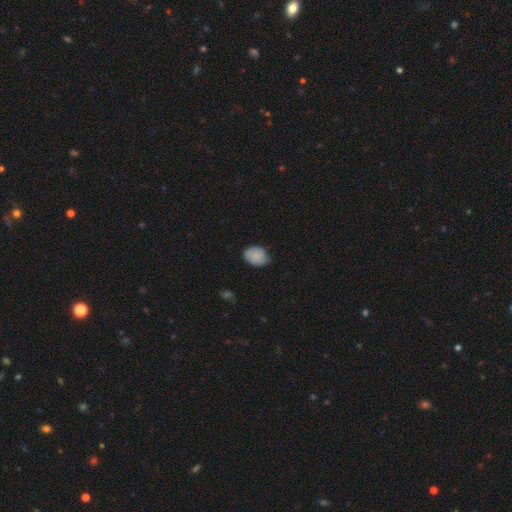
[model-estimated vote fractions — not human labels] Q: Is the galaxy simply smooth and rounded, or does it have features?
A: smooth — 83%.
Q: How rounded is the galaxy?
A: in between — 68%.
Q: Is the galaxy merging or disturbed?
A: none — 61%.